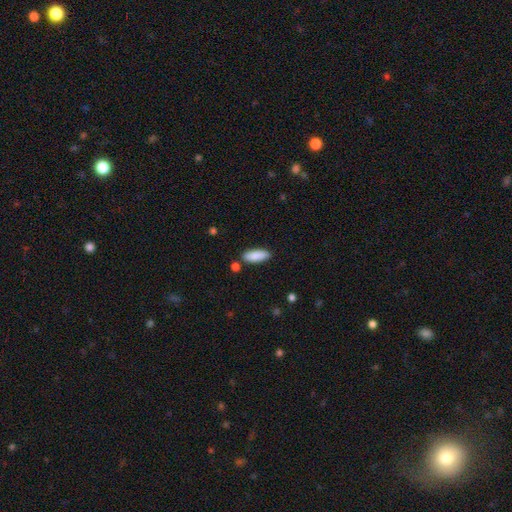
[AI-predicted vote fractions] The model was most divided on "how rounded": in between: 71%, cigar-shaped: 28%, round: 2%. More confident: smooth or featured — smooth (88%); merging — none (84%).